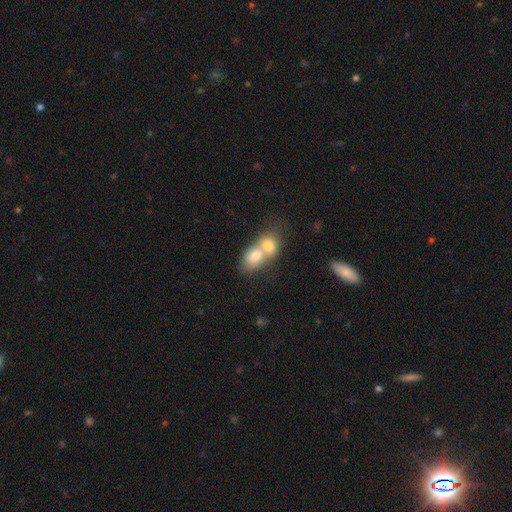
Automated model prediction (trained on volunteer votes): Smooth or featured? smooth (71%)
How rounded? in between (61%)
Merging? merger (76%)